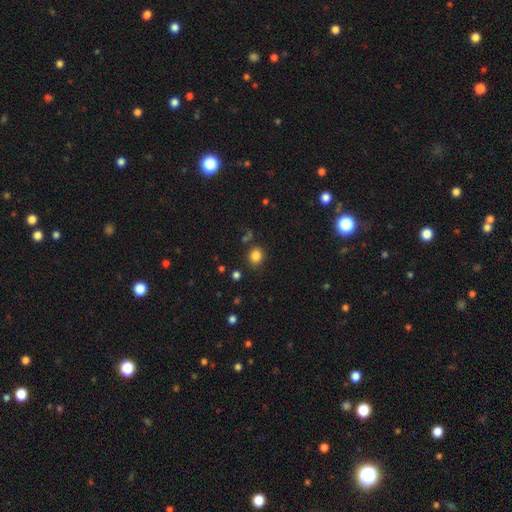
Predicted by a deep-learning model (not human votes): Smooth or featured? Predicted: smooth (p=0.83). How rounded? Predicted: round (p=0.68). Merging? Predicted: none (p=0.82).